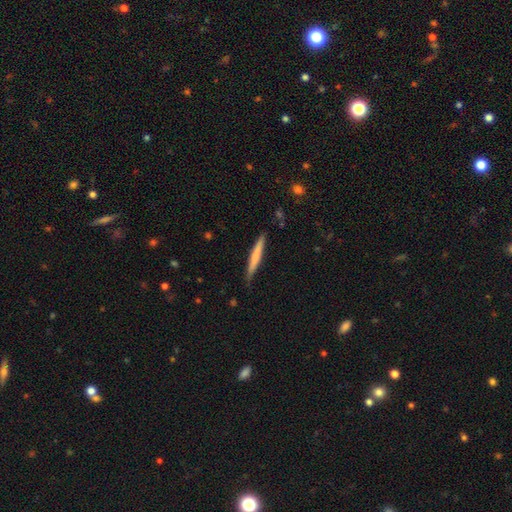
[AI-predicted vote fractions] smooth_or_featured: smooth (p=0.65) [alt: featured or disk p=0.30]
how_rounded: cigar-shaped (p=0.96) [alt: in between p=0.03]
merging: none (p=0.83) [alt: minor disturbance p=0.14]